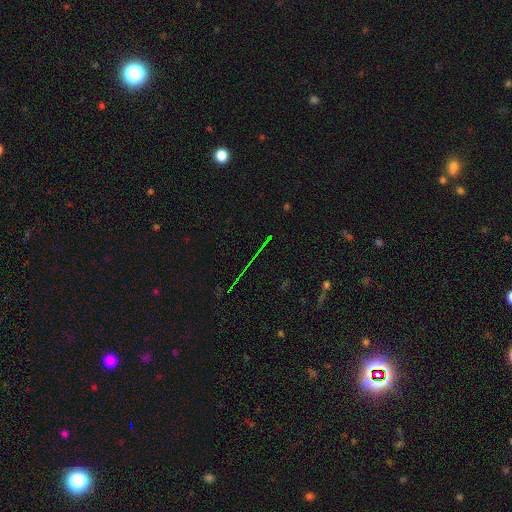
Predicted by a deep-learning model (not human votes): smooth_or_featured: star or artifact (p=0.73) [alt: featured or disk p=0.15]